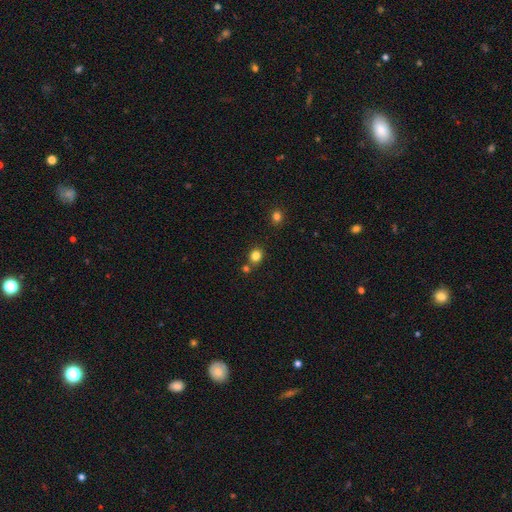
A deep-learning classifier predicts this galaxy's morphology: type=smooth (82%); roundness=round (74%); merging=none (73%).